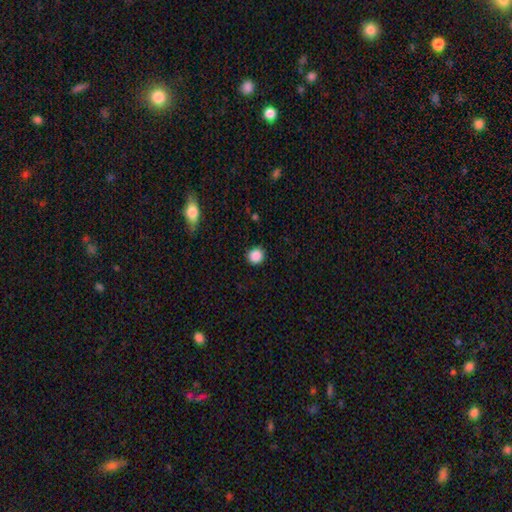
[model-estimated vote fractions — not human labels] smooth_or_featured: smooth (p=0.88) [alt: star or artifact p=0.10]
how_rounded: round (p=0.90) [alt: in between p=0.09]
merging: none (p=0.90) [alt: minor disturbance p=0.07]